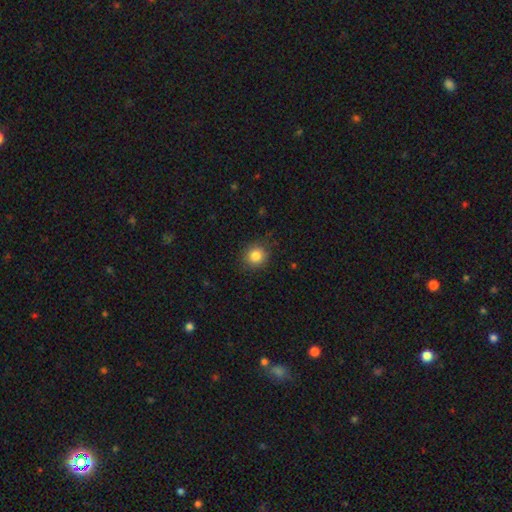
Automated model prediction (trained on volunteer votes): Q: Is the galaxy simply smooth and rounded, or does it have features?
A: smooth — 84%.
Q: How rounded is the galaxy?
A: round — 89%.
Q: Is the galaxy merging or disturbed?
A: none — 86%.